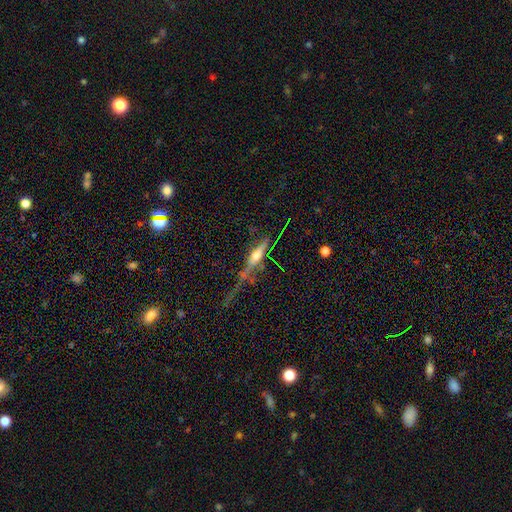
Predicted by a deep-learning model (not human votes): Overall: featured or disk (65%). Edge-on disk: yes (91%). Edge-on bulge: rounded (86%). Merging: none (61%).